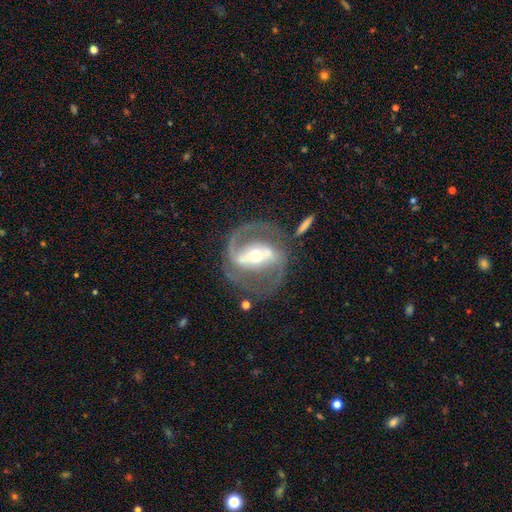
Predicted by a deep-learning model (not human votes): featured or disk 89%, smooth 6%, star or artifact 5%. Down the decision tree: edge-on disk — no (96%); bar — strong (67%); spiral arms — yes (93%); spiral arm count — 2 (89%); spiral winding — medium (55%); bulge size — moderate (58%); merging — none (73%).